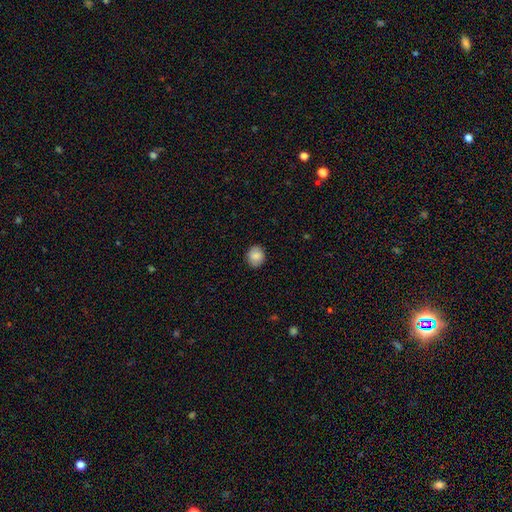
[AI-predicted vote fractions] Smooth or featured? Predicted: smooth (p=0.86). How rounded? Predicted: round (p=0.72). Merging? Predicted: none (p=0.89).